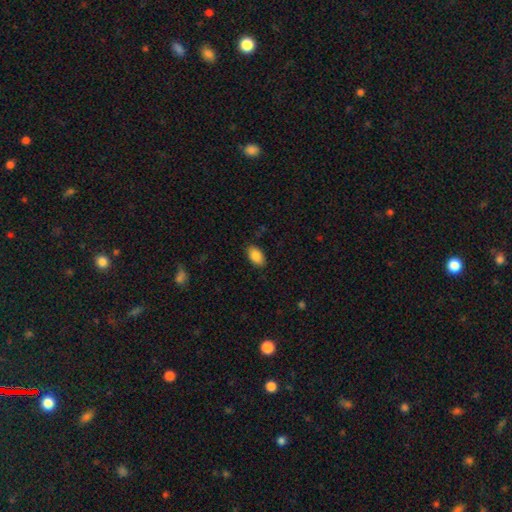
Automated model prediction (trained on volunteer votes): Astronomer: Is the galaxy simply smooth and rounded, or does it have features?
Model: smooth — 87%.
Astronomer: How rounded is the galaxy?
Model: in between — 93%.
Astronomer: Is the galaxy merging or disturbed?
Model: none — 86%.